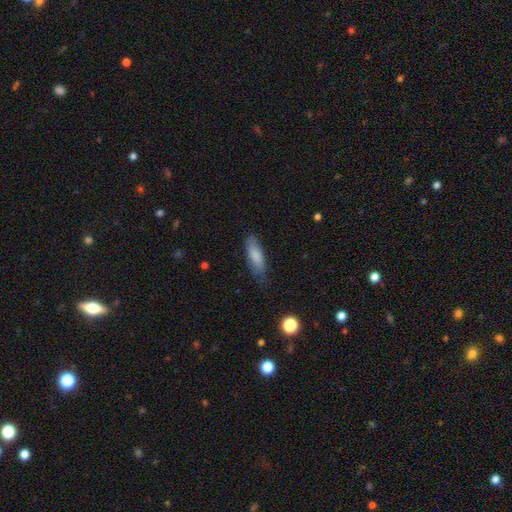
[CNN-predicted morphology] type=smooth (82%); roundness=in between (56%); merging=none (73%).